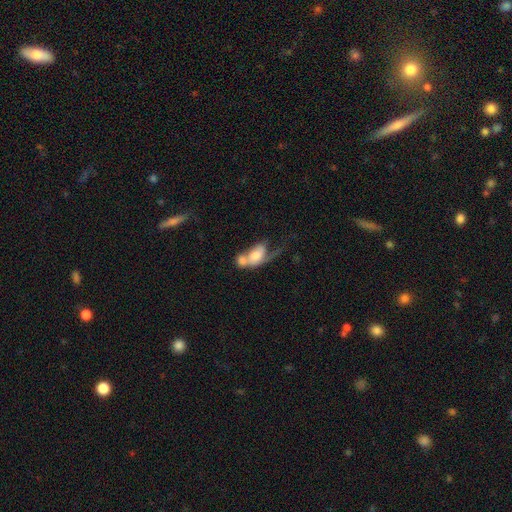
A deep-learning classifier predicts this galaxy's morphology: This appears to be a smooth galaxy with no disk features (52%) that is in between round and cigar-shaped (80%). Merging: merger (63%).